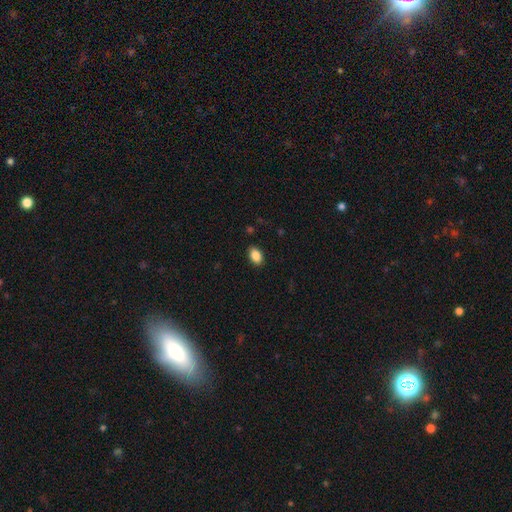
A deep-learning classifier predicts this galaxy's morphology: The model was most divided on "how rounded": in between: 88%, round: 10%, cigar-shaped: 2%. More confident: merging — none (88%); smooth or featured — smooth (87%).